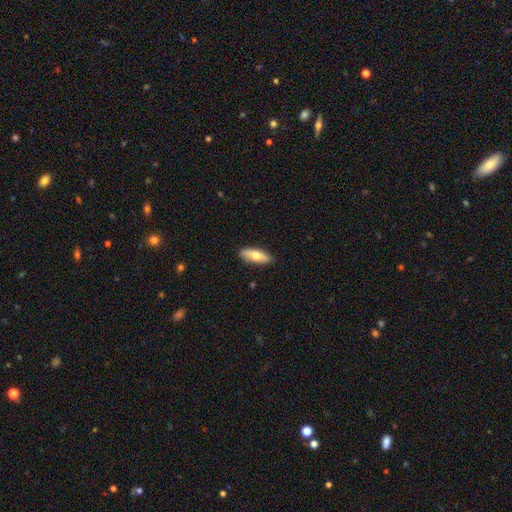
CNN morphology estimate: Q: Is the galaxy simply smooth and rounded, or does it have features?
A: smooth — 67%.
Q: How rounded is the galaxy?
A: in between — 63%.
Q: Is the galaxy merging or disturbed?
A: none — 87%.